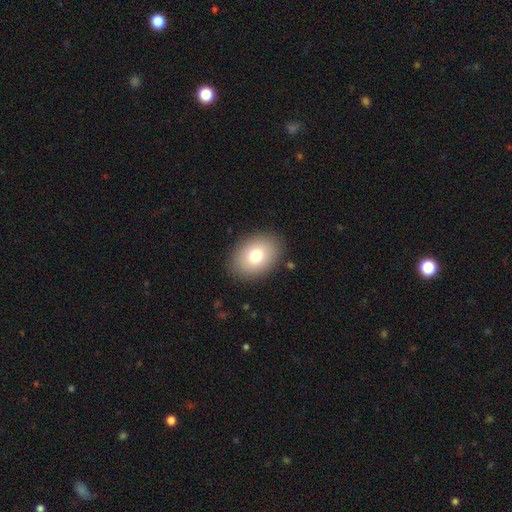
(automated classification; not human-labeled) Smooth or featured?
  - smooth: 79% *
  - featured or disk: 13%
  - star or artifact: 8%
How rounded?
  - in between: 76% *
  - round: 23%
  - cigar-shaped: 1%
Merging?
  - none: 88% *
  - minor disturbance: 8%
  - major disturbance: 3%
  - merger: 1%